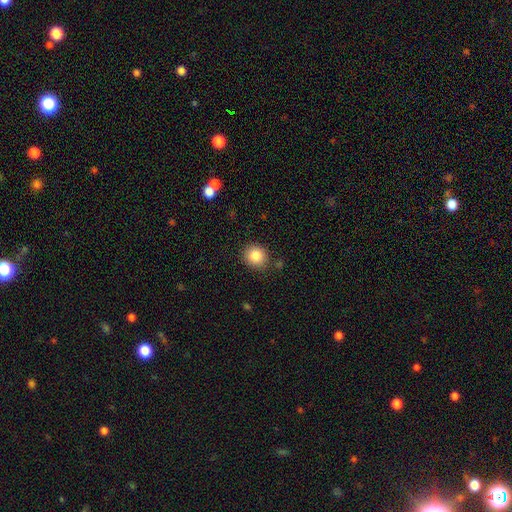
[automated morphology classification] Q: Smooth or featured?
A: smooth (85%); runner-up: star or artifact (9%)
Q: How rounded?
A: round (83%); runner-up: in between (16%)
Q: Merging?
A: none (85%); runner-up: minor disturbance (10%)